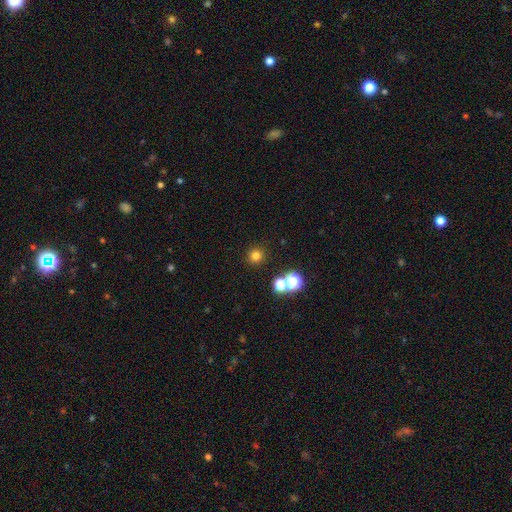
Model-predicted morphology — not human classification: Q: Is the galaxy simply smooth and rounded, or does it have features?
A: smooth — 75%.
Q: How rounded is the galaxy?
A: round — 94%.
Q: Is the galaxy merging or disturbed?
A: none — 87%.